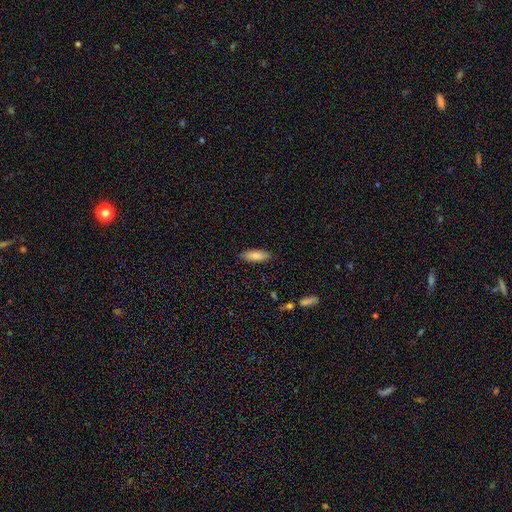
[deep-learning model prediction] Smooth or featured: smooth — 83% (featured or disk — 10%)
How rounded: in between — 72% (cigar-shaped — 27%)
Merging: none — 87% (minor disturbance — 10%)